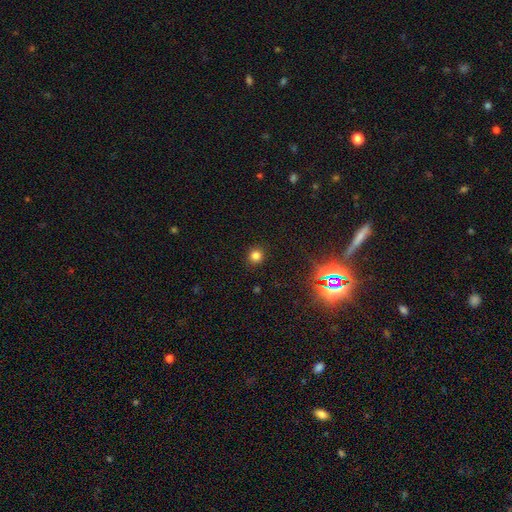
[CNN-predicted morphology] This appears to be a smooth galaxy with no disk features (78%) that is round (91%). Merging: none (91%).